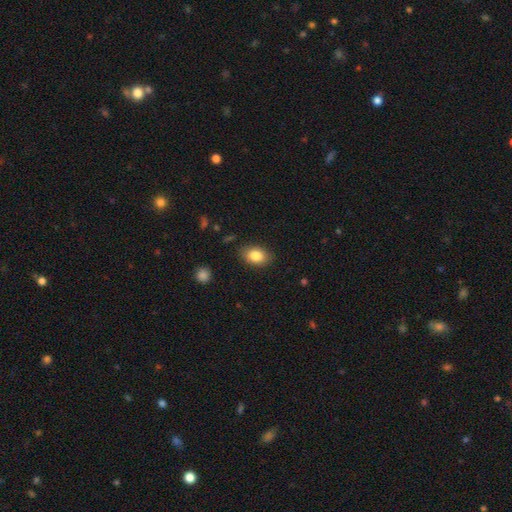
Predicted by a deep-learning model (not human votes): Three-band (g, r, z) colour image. It shows a smooth galaxy with no disk features (85%) that is in between round and cigar-shaped (84%). Merging: none (83%).